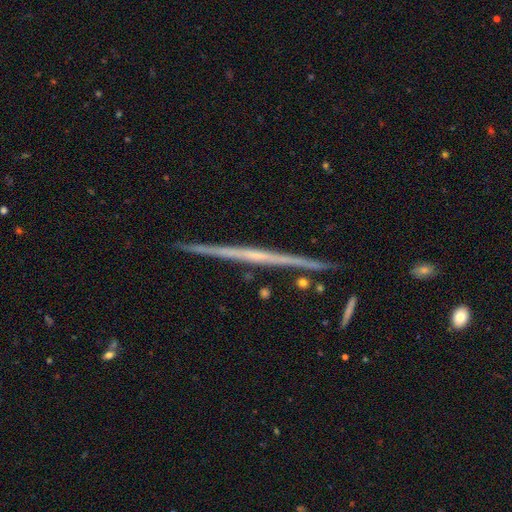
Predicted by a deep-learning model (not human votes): Smooth or featured? Predicted: featured or disk (p=0.77). Edge-on disk? Predicted: yes (p=0.98). Edge-on bulge? Predicted: none (p=0.74). Merging? Predicted: none (p=0.91).